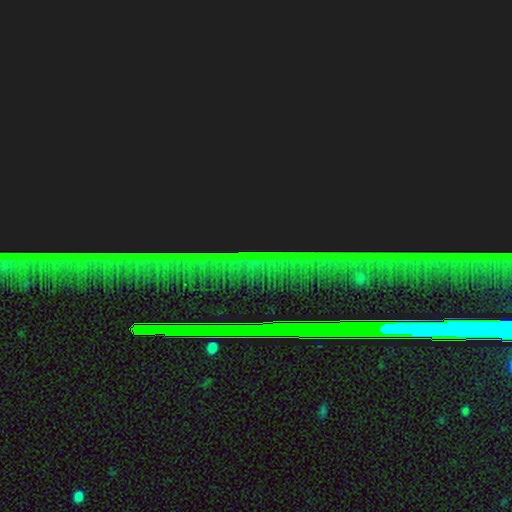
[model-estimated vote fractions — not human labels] Smooth or featured? star or artifact (87%)